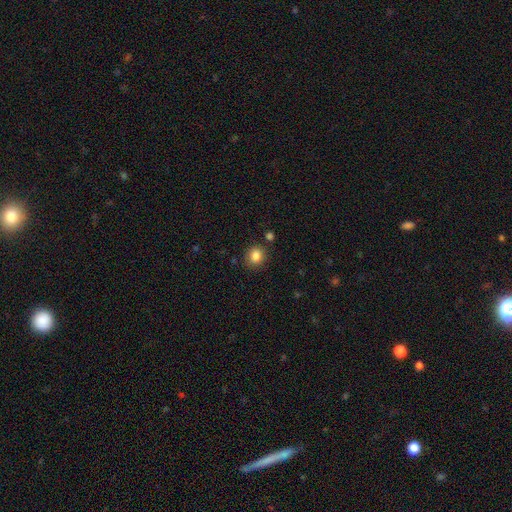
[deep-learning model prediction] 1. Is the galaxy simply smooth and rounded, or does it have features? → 85% smooth, 10% star or artifact, 5% featured or disk.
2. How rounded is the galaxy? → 71% round, 29% in between, 1% cigar-shaped.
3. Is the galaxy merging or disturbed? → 82% none, 11% minor disturbance, 4% merger, 3% major disturbance.